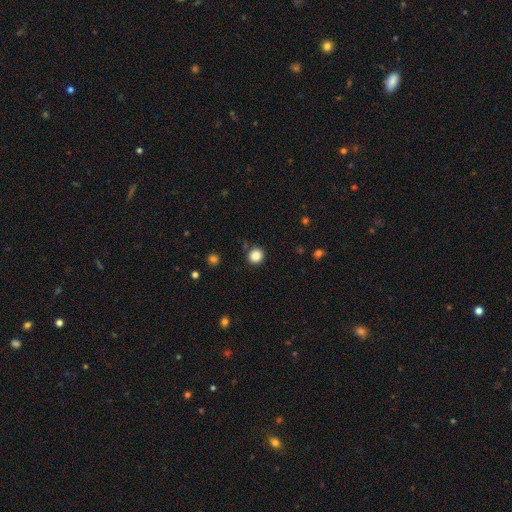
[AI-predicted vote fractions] Overall: smooth (86%). How rounded: round (90%). Merging: none (86%).